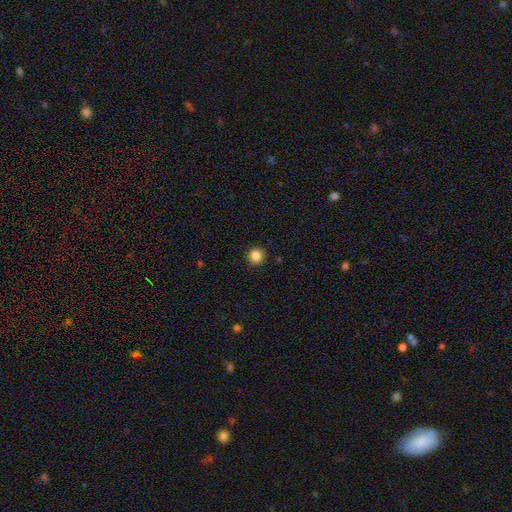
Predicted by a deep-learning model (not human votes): Smooth or featured?
  - smooth: 85% *
  - star or artifact: 11%
  - featured or disk: 4%
How rounded?
  - round: 94% *
  - in between: 5%
  - cigar-shaped: 1%
Merging?
  - none: 92% *
  - minor disturbance: 5%
  - major disturbance: 2%
  - merger: 1%